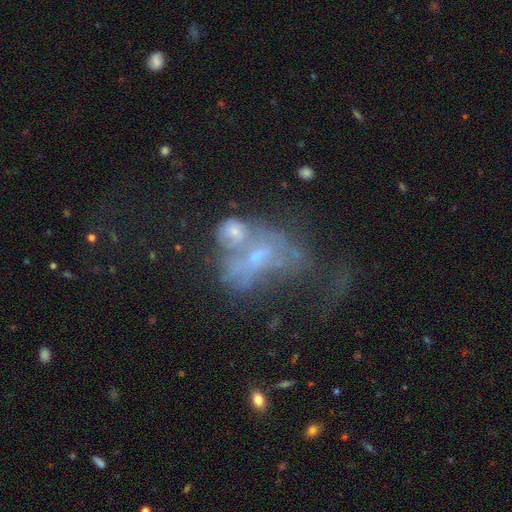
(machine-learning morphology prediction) Smooth or featured: featured or disk — 54% (smooth — 28%)
Edge-on disk: no — 96% (yes — 4%)
Bar: no — 82% (weak — 14%)
Spiral arms: no — 79% (yes — 21%)
Bulge size: small — 44% (none — 26%)
Merging: merger — 52% (major disturbance — 26%)